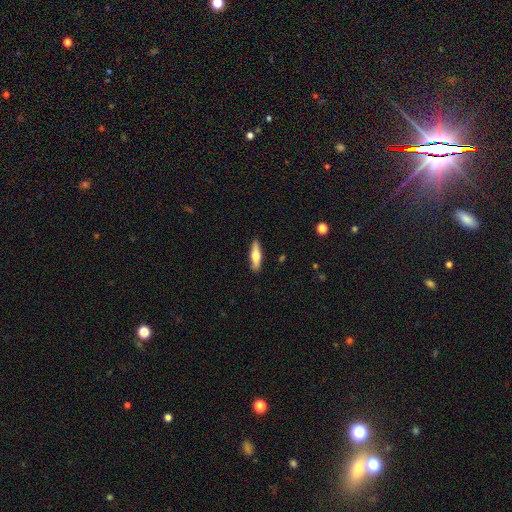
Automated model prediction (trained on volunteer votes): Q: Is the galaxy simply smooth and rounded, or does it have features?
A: smooth — 57%.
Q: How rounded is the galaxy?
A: cigar-shaped — 67%.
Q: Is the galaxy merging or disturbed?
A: none — 87%.